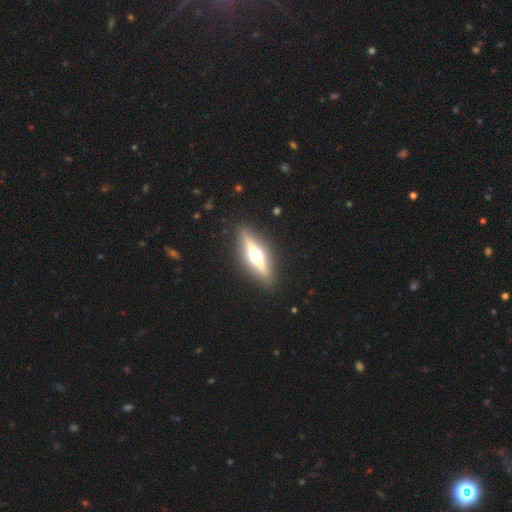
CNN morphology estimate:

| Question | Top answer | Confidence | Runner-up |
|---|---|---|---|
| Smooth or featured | featured or disk | 71% | smooth (23%) |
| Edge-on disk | yes | 94% | no (6%) |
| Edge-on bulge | rounded | 96% | boxy (2%) |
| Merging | none | 90% | minor disturbance (7%) |